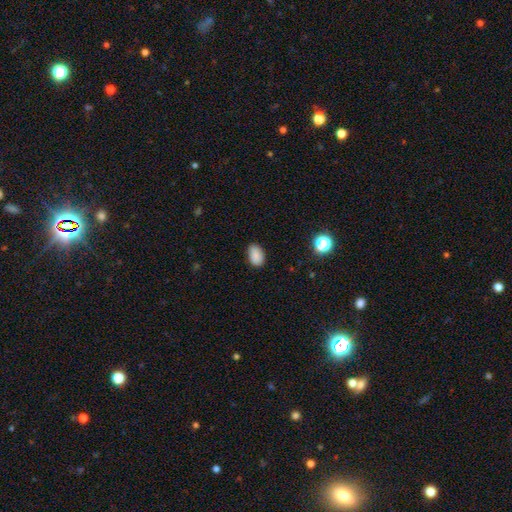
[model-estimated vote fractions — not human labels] smooth_or_featured: smooth (p=0.87) [alt: star or artifact p=0.10]
how_rounded: in between (p=0.87) [alt: round p=0.11]
merging: none (p=0.83) [alt: minor disturbance p=0.13]